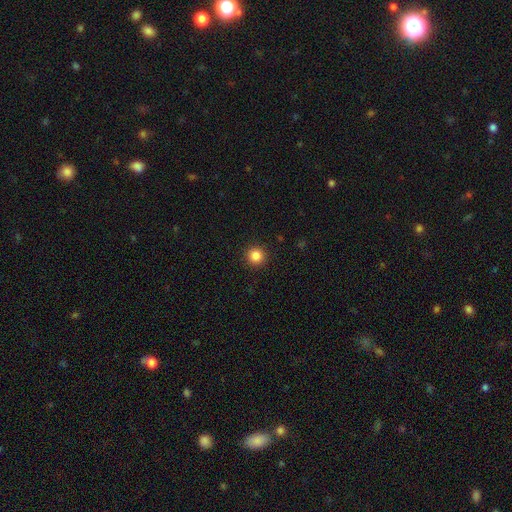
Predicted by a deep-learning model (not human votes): Smooth or featured?
  - smooth: 86% *
  - star or artifact: 11%
  - featured or disk: 4%
How rounded?
  - round: 95% *
  - in between: 4%
  - cigar-shaped: 1%
Merging?
  - none: 93% *
  - minor disturbance: 5%
  - major disturbance: 2%
  - merger: 1%